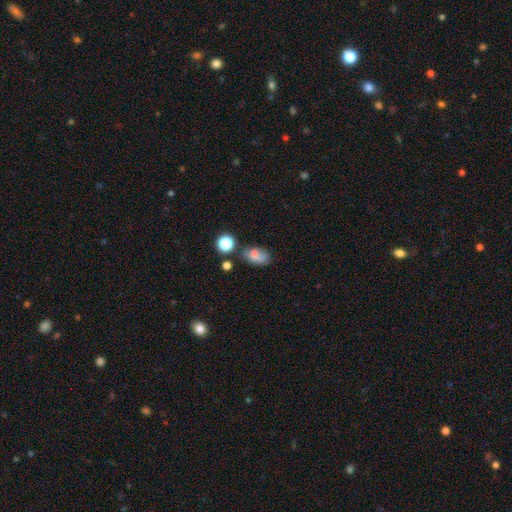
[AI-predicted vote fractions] smooth 72%, featured or disk 15%, star or artifact 13%. Down the decision tree: how rounded — in between (84%); merging — none (59%).